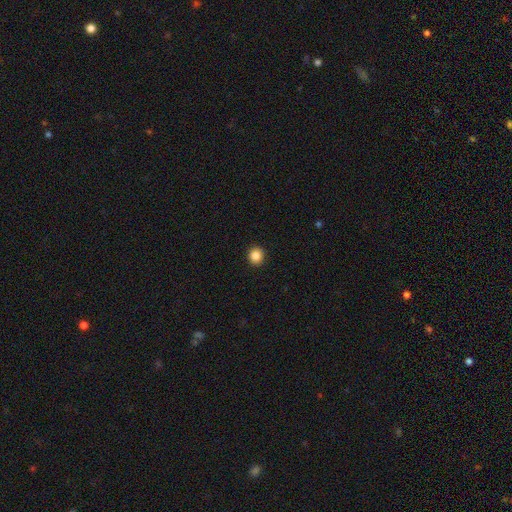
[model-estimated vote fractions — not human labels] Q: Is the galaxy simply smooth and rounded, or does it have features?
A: smooth — 86%.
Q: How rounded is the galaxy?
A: round — 91%.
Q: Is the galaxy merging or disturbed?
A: none — 93%.